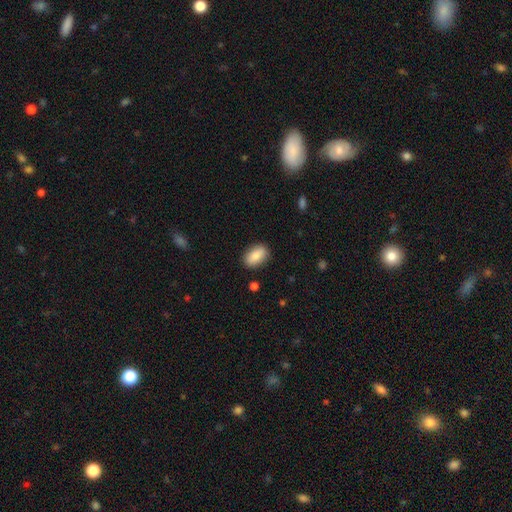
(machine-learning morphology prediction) Smooth or featured?
  - smooth: 86% *
  - featured or disk: 7%
  - star or artifact: 7%
How rounded?
  - in between: 91% *
  - round: 6%
  - cigar-shaped: 3%
Merging?
  - none: 86% *
  - minor disturbance: 10%
  - major disturbance: 2%
  - merger: 1%